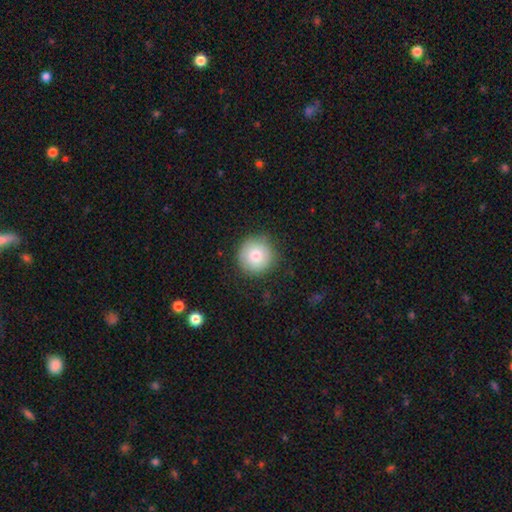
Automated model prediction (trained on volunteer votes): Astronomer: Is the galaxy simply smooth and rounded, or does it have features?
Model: smooth — 79%.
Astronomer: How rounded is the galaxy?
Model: round — 95%.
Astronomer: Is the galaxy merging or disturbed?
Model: none — 85%.